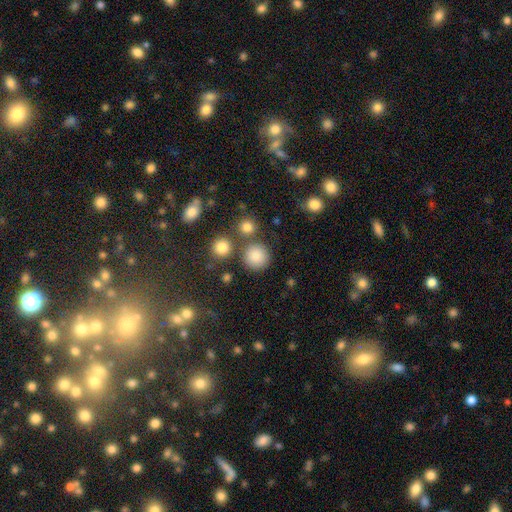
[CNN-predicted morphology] This appears to be a smooth galaxy with no disk features (83%) that is round (92%). Merging: none (78%).